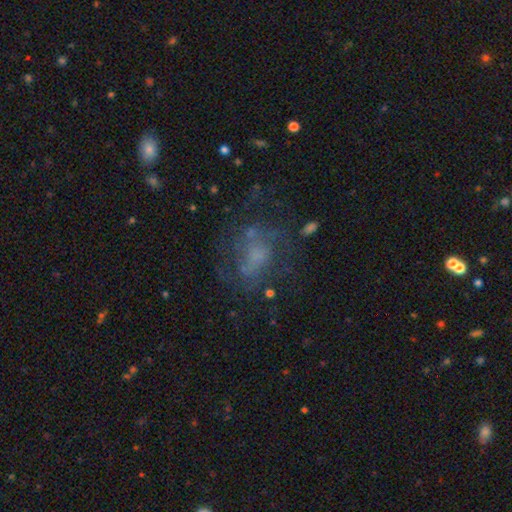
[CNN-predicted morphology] This is possibly a featured or disk galaxy (55%). It is clearly not viewed edge-on (96%). Bar: likely no (69%). Spiral arm pattern: likely yes (61%). Central bulge: marginally none (37%). Merging: possibly none (53%).